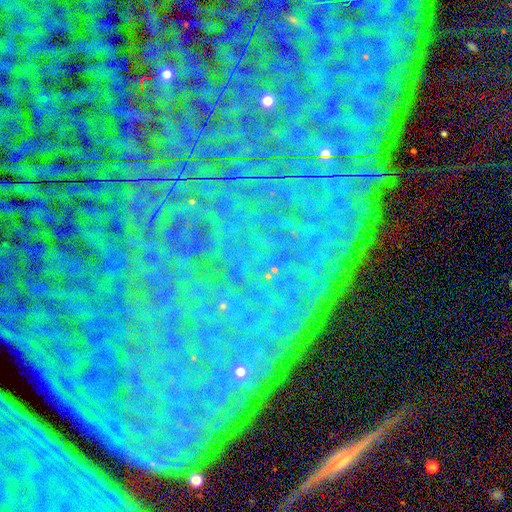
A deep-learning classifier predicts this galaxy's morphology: This appears to be a star or artifact, not a galaxy (82%).